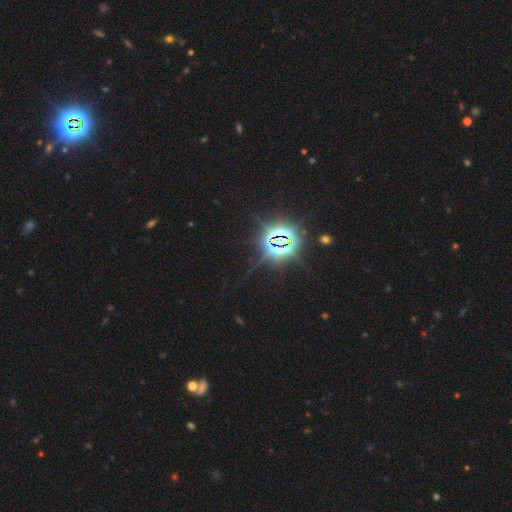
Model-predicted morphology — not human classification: This appears to be a star or artifact, not a galaxy (85%).